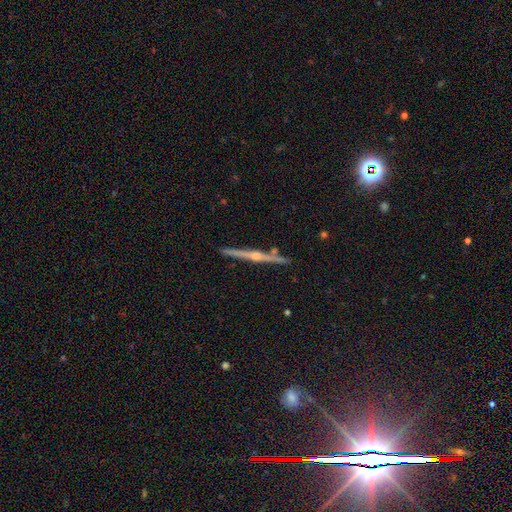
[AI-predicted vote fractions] Overall: featured or disk (84%). Edge-on disk: yes (98%). Edge-on bulge: rounded (88%). Merging: none (89%).